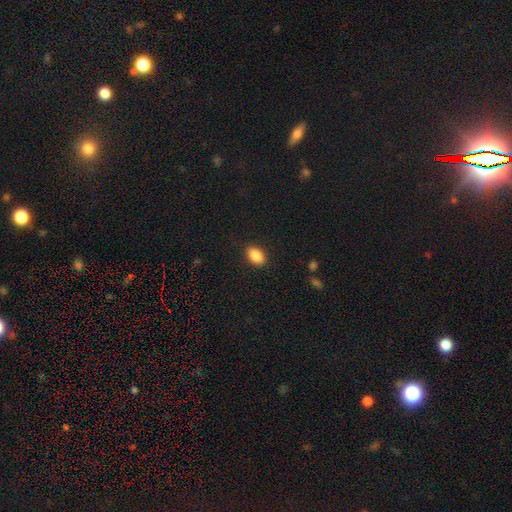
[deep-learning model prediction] smooth_or_featured: smooth (p=0.87) [alt: star or artifact p=0.08]
how_rounded: in between (p=0.86) [alt: round p=0.13]
merging: none (p=0.88) [alt: minor disturbance p=0.08]